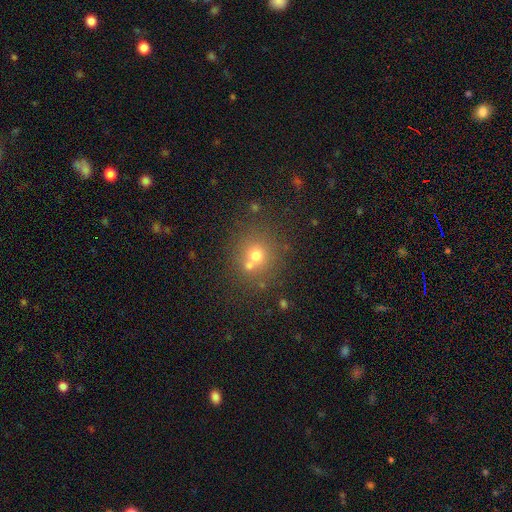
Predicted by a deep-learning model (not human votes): Morphology: type=smooth (64%); roundness=round (86%); merging=none (58%).